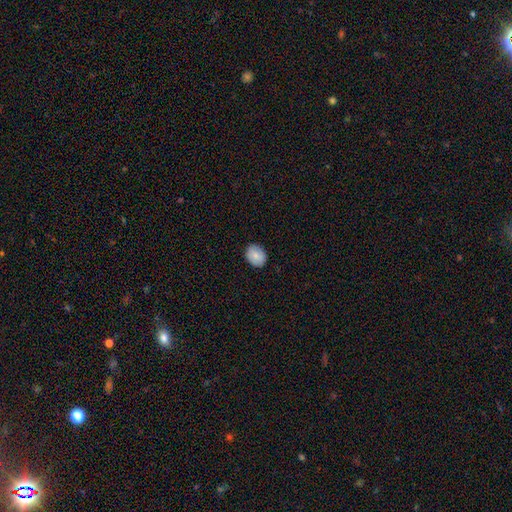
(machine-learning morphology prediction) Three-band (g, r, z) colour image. It shows a smooth galaxy with no disk features (84%) that is in between round and cigar-shaped (50%). Merging: none (87%).